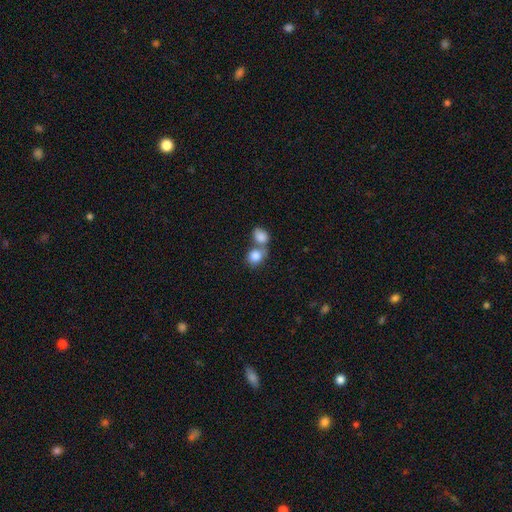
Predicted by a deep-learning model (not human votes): The model was most divided on "merging": merger: 57%, none: 32%, minor disturbance: 7%, major disturbance: 4%. More confident: smooth or featured — smooth (83%); how rounded — round (66%).